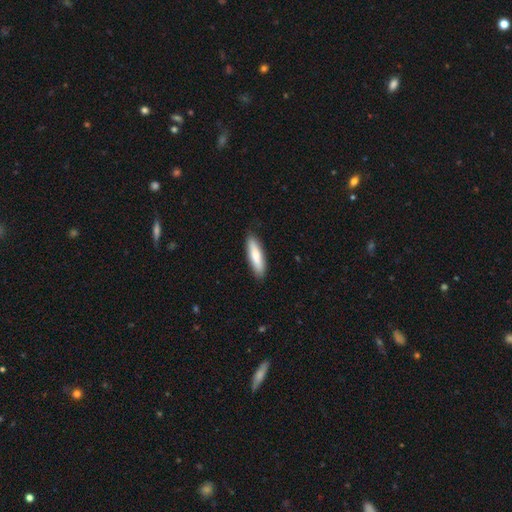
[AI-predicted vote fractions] Overall: smooth (75%). How rounded: cigar-shaped (68%; in between 30%). Merging: none (88%).